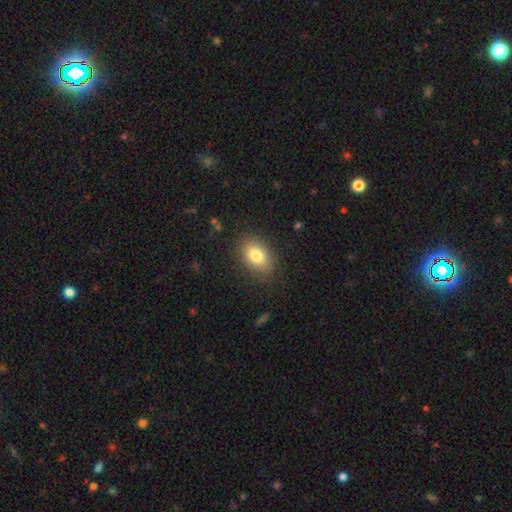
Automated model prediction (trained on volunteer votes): Q: Smooth or featured?
A: smooth (79%); runner-up: featured or disk (12%)
Q: How rounded?
A: in between (83%); runner-up: round (15%)
Q: Merging?
A: none (85%); runner-up: minor disturbance (10%)